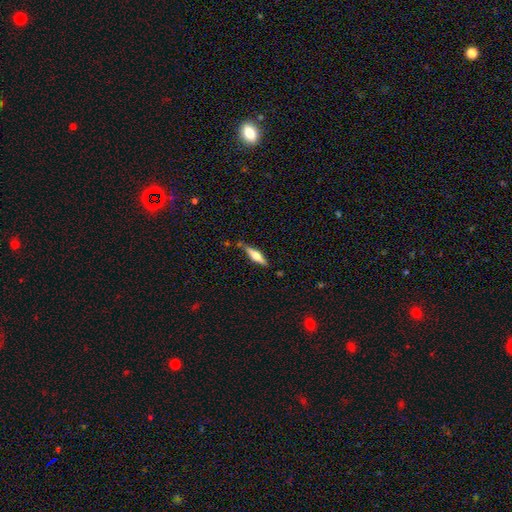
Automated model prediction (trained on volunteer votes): Morphology: type=featured or disk (53%); edge-on=yes (94%); merging=none (80%).